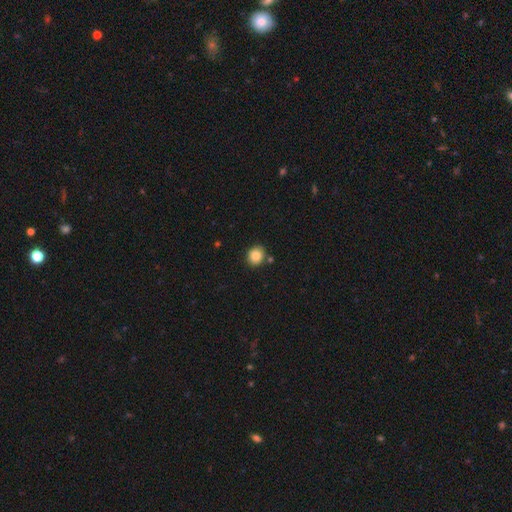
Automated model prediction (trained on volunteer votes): Smooth or featured: smooth — 86% (star or artifact — 9%)
How rounded: round — 79% (in between — 20%)
Merging: none — 82% (minor disturbance — 9%)